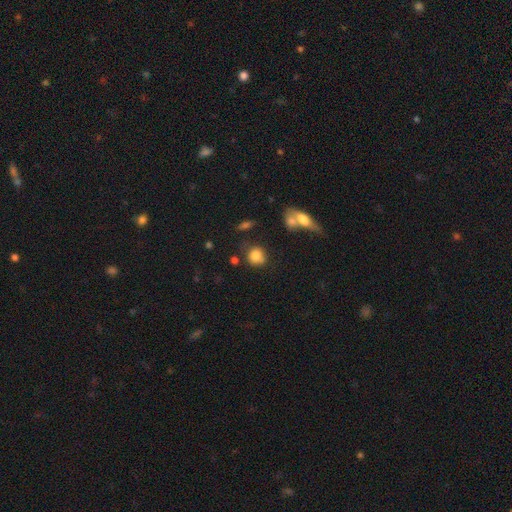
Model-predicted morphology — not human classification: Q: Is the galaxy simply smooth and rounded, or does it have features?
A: smooth — 81%.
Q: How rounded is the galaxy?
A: round — 76%.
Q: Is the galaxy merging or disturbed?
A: none — 64%.